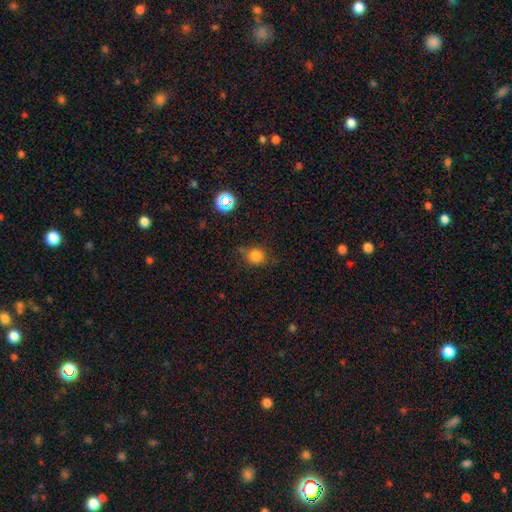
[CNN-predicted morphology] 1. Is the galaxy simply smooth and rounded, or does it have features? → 79% smooth, 14% star or artifact, 7% featured or disk.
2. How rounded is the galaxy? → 80% round, 19% in between, 1% cigar-shaped.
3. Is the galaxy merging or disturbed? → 66% none, 24% minor disturbance, 7% major disturbance, 3% merger.